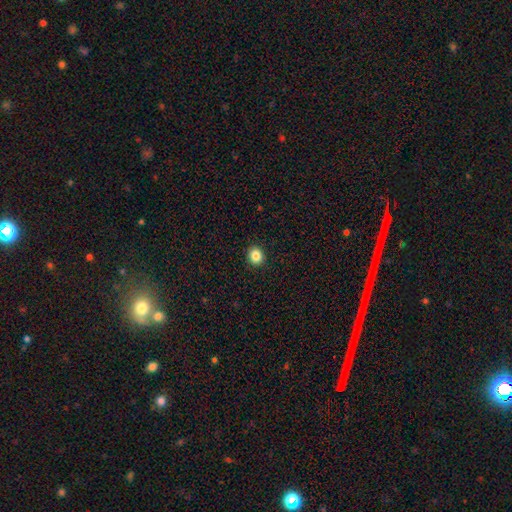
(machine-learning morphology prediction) A smooth galaxy with no disk features (85%) that is round (77%).

Vote fractions:
- Smooth or featured? smooth: 85% / star or artifact: 10% / featured or disk: 5%
- How rounded? round: 77% / in between: 22% / cigar-shaped: 1%
- Merging? none: 92% / minor disturbance: 5% / major disturbance: 2% / merger: 1%